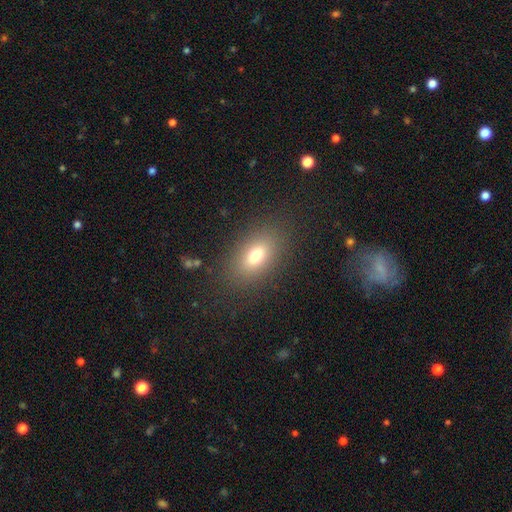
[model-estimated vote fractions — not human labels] smooth 73%, featured or disk 14%, star or artifact 12%. Down the decision tree: how rounded — in between (84%); merging — none (84%).